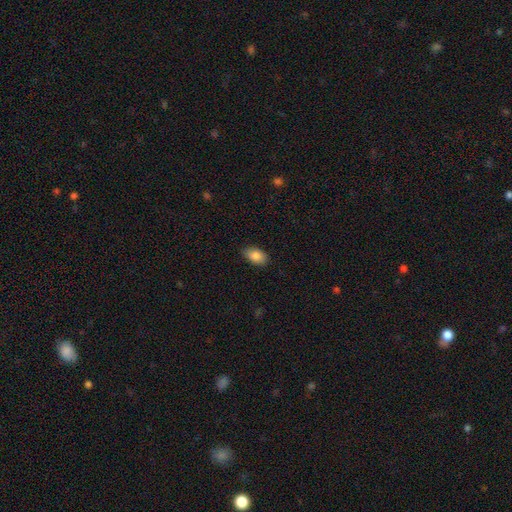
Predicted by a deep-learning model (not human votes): Smooth or featured? smooth (86%)
How rounded? in between (90%)
Merging? none (85%)